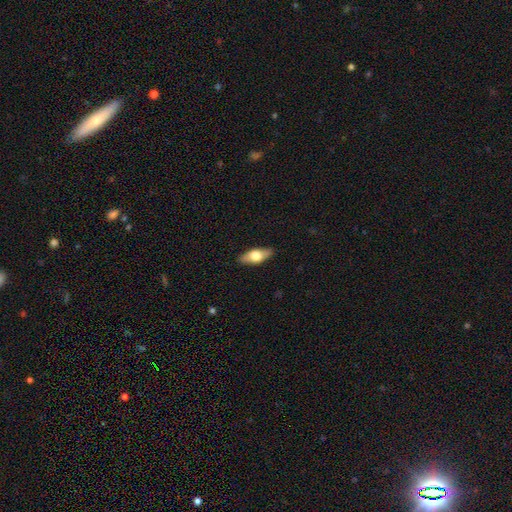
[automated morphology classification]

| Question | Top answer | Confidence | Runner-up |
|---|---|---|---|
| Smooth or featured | smooth | 59% | featured or disk (35%) |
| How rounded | in between | 77% | cigar-shaped (20%) |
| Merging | none | 87% | minor disturbance (10%) |